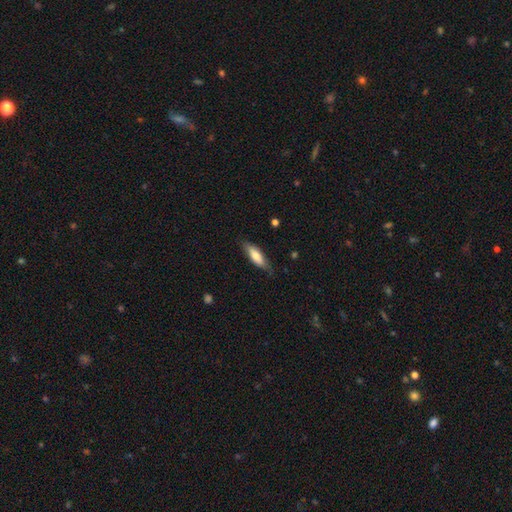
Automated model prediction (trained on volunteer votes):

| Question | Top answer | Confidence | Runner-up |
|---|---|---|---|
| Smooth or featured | smooth | 68% | featured or disk (26%) |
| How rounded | cigar-shaped | 55% | in between (43%) |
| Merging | none | 77% | minor disturbance (18%) |